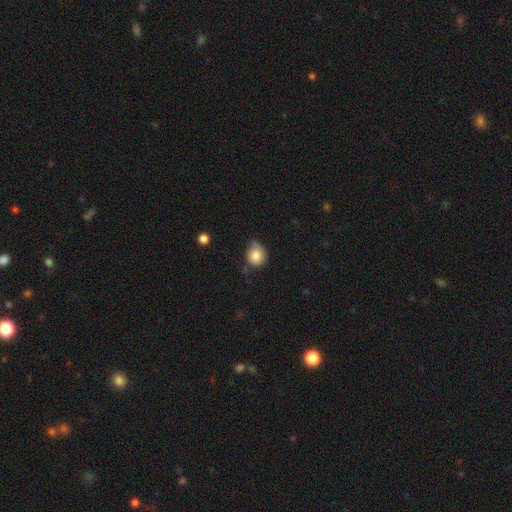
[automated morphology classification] Smooth or featured? Predicted: smooth (p=0.82). How rounded? Predicted: round (p=0.62). Merging? Predicted: none (p=0.47).